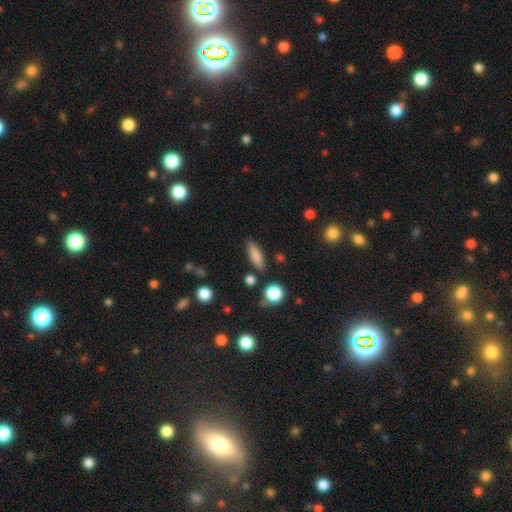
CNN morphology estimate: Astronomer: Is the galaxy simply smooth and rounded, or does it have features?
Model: smooth — 79%.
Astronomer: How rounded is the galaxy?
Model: in between — 51% (runner-up: cigar-shaped, 44%).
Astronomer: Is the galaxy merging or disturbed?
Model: none — 83%.